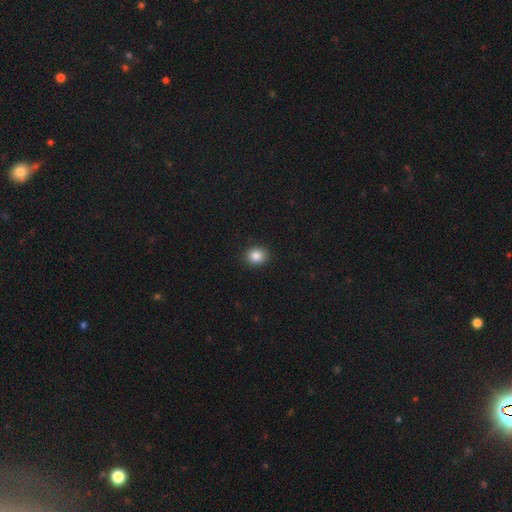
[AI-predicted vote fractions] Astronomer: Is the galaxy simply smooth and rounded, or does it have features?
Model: smooth — 86%.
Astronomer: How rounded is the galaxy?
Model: round — 66%.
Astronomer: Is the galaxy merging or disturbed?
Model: none — 90%.